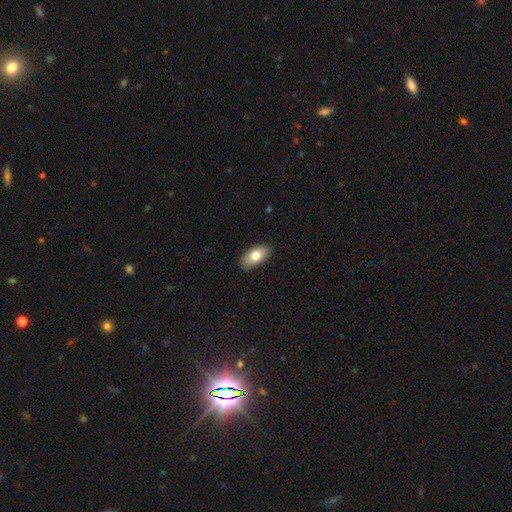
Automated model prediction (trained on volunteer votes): A smooth galaxy with no disk features (78%) that is in between round and cigar-shaped (92%).

Vote fractions:
- Smooth or featured? smooth: 78% / featured or disk: 15% / star or artifact: 7%
- How rounded? in between: 92% / round: 4% / cigar-shaped: 4%
- Merging? none: 84% / minor disturbance: 13% / major disturbance: 2% / merger: 1%